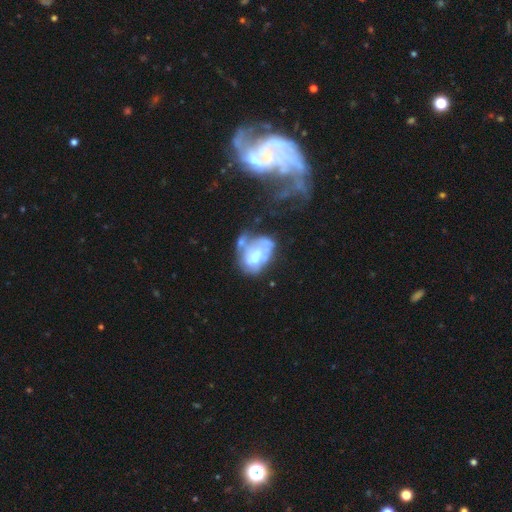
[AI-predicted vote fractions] A featured or disk galaxy (57%) with no bar (66%), no spiral arms (73%) and a moderate central bulge (45%). Merging: major disturbance (27%, tied with none).